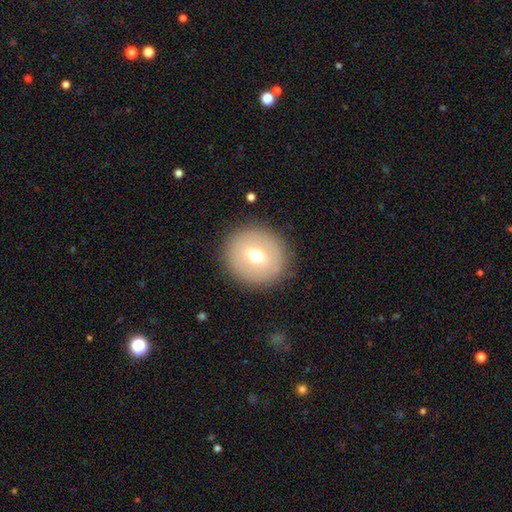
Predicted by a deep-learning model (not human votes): Smooth or featured: smooth — 64% (featured or disk — 25%)
How rounded: round — 92% (in between — 7%)
Merging: none — 90% (minor disturbance — 6%)